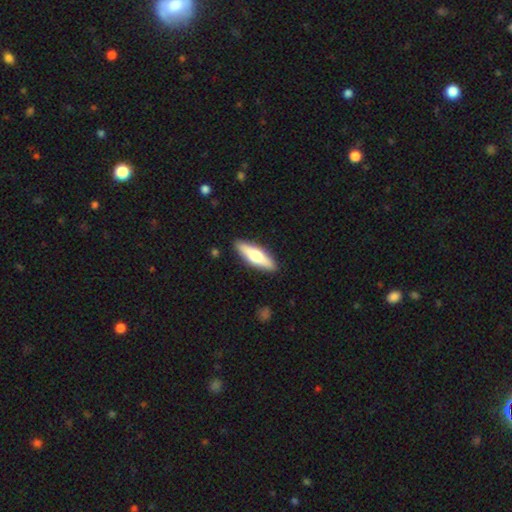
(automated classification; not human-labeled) smooth_or_featured: featured or disk (p=0.48) [alt: smooth p=0.47]
merging: none (p=0.90) [alt: minor disturbance p=0.07]